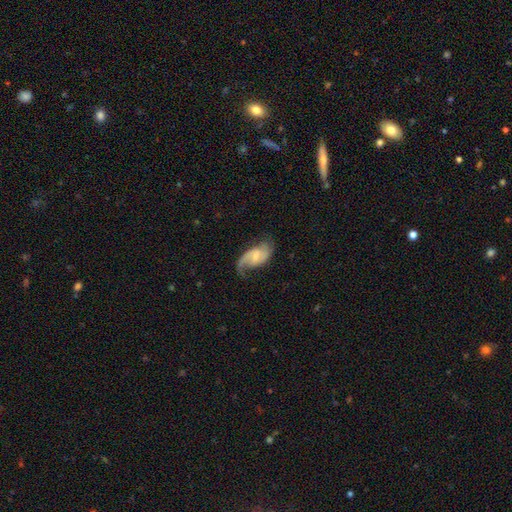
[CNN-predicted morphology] Smooth or featured: featured or disk — 83% (smooth — 12%)
Edge-on disk: no — 97% (yes — 3%)
Bar: weak — 53% (no — 31%)
Spiral arms: yes — 96% (no — 4%)
Spiral winding: medium — 44% (loose — 42%)
Spiral arm count: 2 — 84% (1 — 9%)
Bulge size: small — 48% (moderate — 31%)
Merging: none — 65% (minor disturbance — 20%)